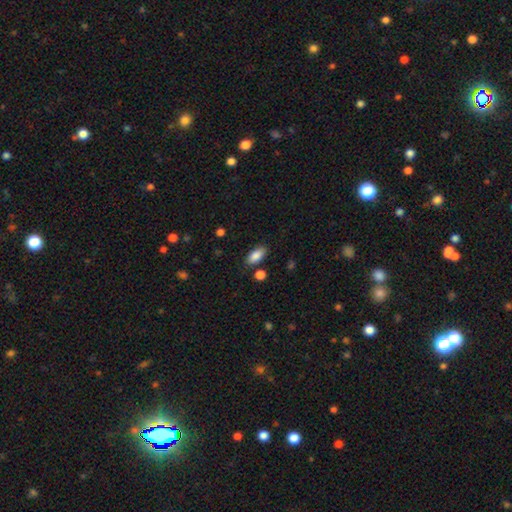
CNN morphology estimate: This appears to be a smooth galaxy with no disk features (87%) that is in between round and cigar-shaped (90%). Merging: none (82%).